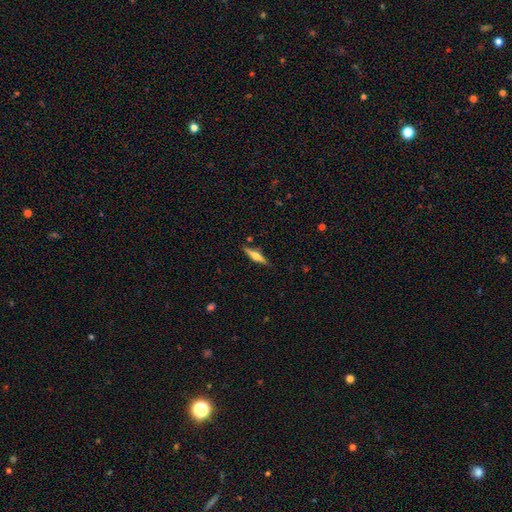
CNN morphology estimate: type=featured or disk (51%); edge-on=yes (96%); merging=none (87%).